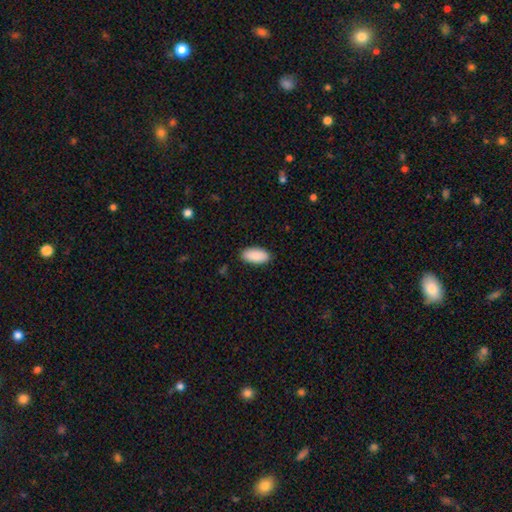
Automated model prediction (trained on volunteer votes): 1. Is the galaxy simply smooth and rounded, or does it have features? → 91% smooth, 6% star or artifact, 3% featured or disk.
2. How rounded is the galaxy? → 94% in between, 4% cigar-shaped, 2% round.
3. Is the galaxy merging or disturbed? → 89% none, 8% minor disturbance, 2% major disturbance, 1% merger.